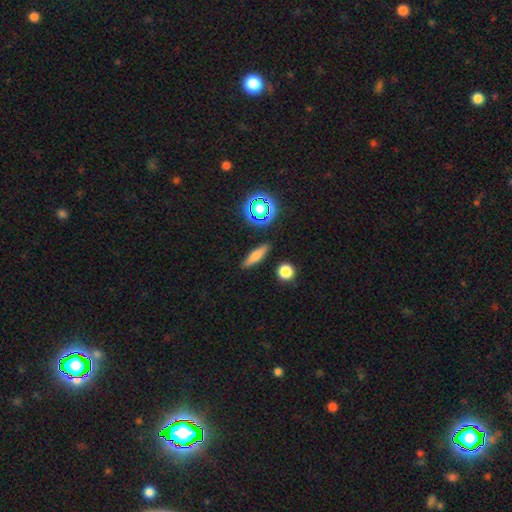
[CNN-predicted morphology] A smooth galaxy with no disk features (63%) that is cigar-shaped (66%). Merging: none (88%).